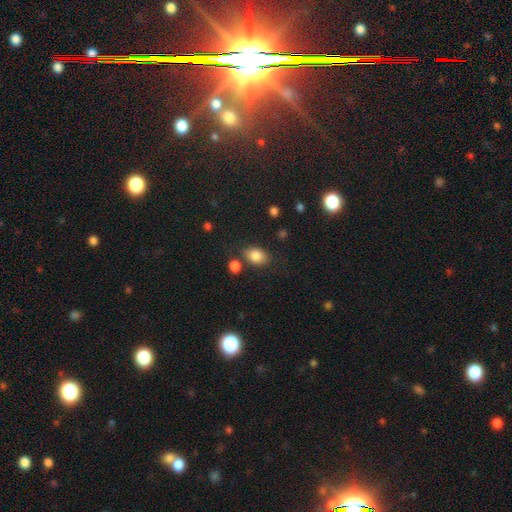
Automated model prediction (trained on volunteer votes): smooth_or_featured: smooth (p=0.84) [alt: star or artifact p=0.09]
how_rounded: in between (p=0.78) [alt: round p=0.21]
merging: none (p=0.70) [alt: minor disturbance p=0.15]